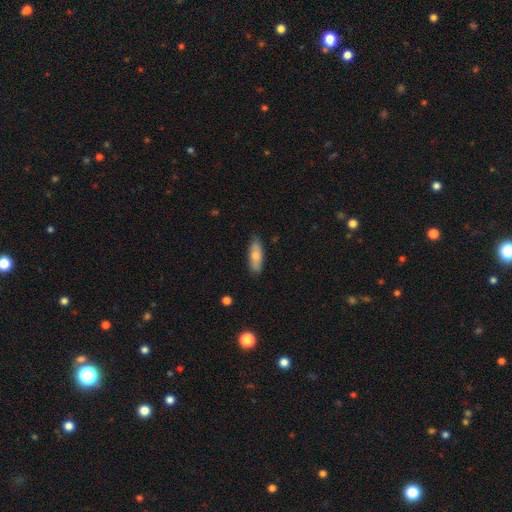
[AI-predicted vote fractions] Smooth or featured? smooth (72%)
How rounded? in between (62%)
Merging? none (83%)